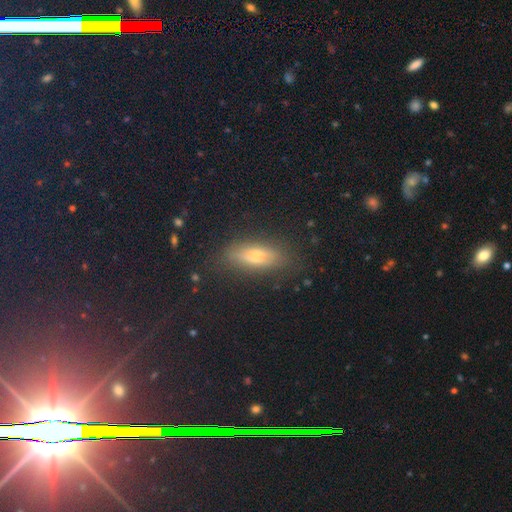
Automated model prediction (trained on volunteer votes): Q: Smooth or featured?
A: smooth (51%); runner-up: featured or disk (34%)
Q: How rounded?
A: in between (54%); runner-up: cigar-shaped (40%)
Q: Merging?
A: none (83%); runner-up: minor disturbance (12%)